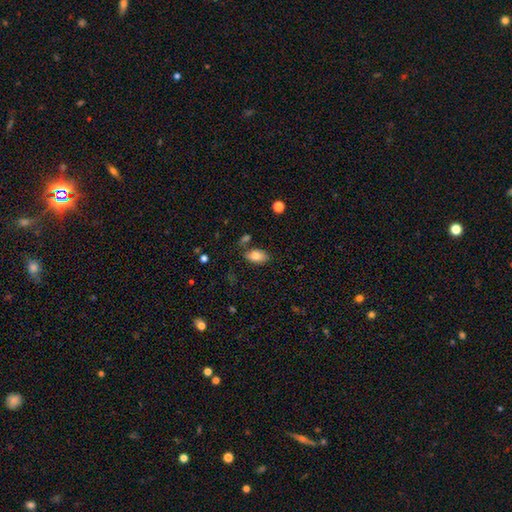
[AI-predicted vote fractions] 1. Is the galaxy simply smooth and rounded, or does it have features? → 81% smooth, 11% featured or disk, 8% star or artifact.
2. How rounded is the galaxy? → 92% in between, 6% round, 2% cigar-shaped.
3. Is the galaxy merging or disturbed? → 72% none, 15% minor disturbance, 8% merger, 4% major disturbance.